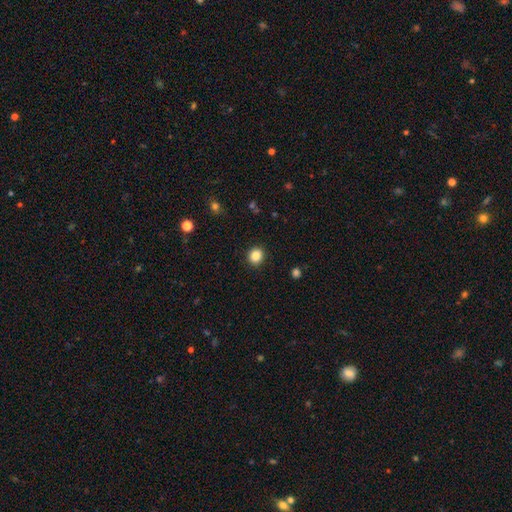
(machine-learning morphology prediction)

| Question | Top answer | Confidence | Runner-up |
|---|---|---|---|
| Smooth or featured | smooth | 85% | star or artifact (11%) |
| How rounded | round | 85% | in between (14%) |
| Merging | none | 91% | minor disturbance (6%) |